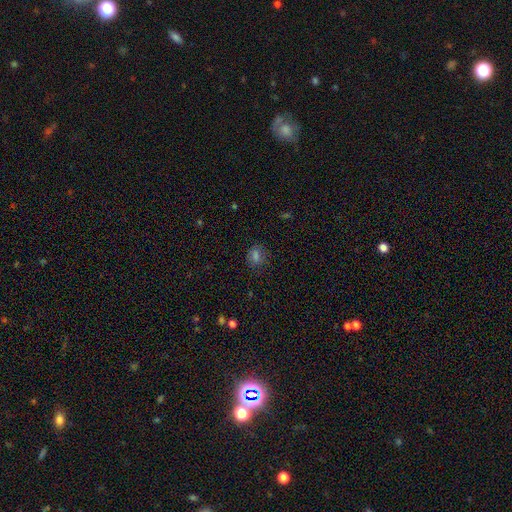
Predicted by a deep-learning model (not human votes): Smooth or featured?
  - smooth: 68% *
  - star or artifact: 23%
  - featured or disk: 9%
How rounded?
  - round: 61% *
  - in between: 37%
  - cigar-shaped: 2%
Merging?
  - none: 81% *
  - minor disturbance: 13%
  - major disturbance: 4%
  - merger: 2%